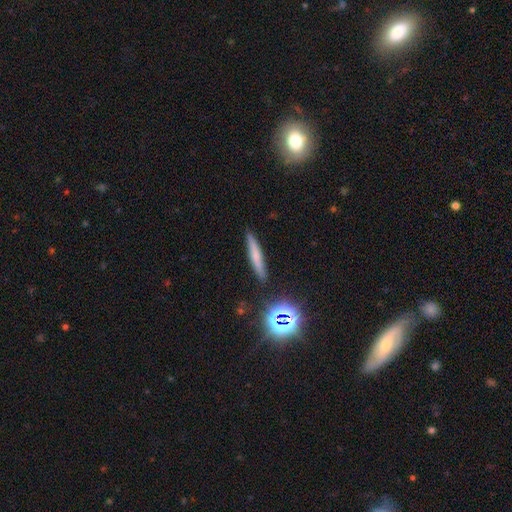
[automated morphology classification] smooth 61%, featured or disk 26%, star or artifact 14%. Down the decision tree: how rounded — cigar-shaped (92%); merging — none (88%).